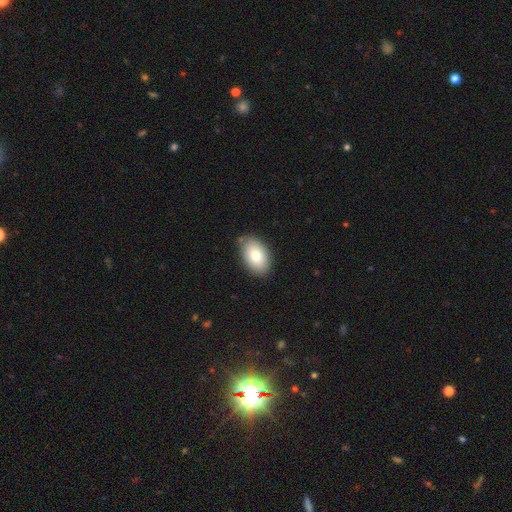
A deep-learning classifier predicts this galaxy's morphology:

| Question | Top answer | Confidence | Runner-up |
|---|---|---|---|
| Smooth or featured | smooth | 81% | featured or disk (12%) |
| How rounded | in between | 92% | round (6%) |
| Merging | none | 84% | minor disturbance (12%) |